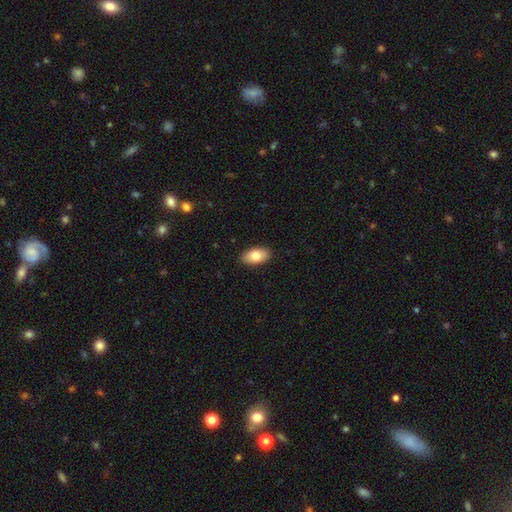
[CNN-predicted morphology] A smooth galaxy with no disk features (81%) that is in between round and cigar-shaped (93%).

Vote fractions:
- Smooth or featured? smooth: 81% / featured or disk: 12% / star or artifact: 7%
- How rounded? in between: 93% / round: 4% / cigar-shaped: 3%
- Merging? none: 89% / minor disturbance: 8% / major disturbance: 2% / merger: 1%